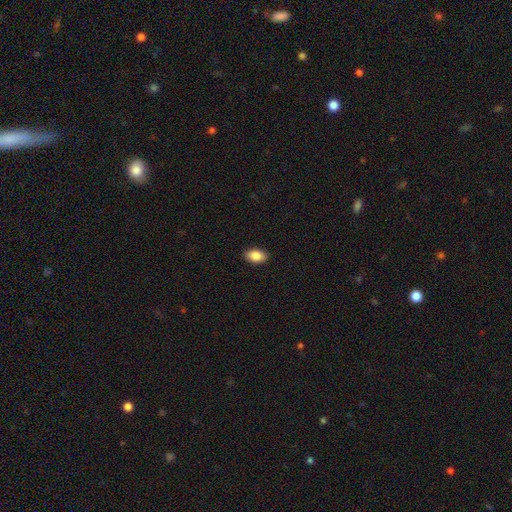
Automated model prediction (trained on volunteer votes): Smooth or featured: smooth — 87% (star or artifact — 7%)
How rounded: in between — 91% (round — 7%)
Merging: none — 90% (minor disturbance — 8%)